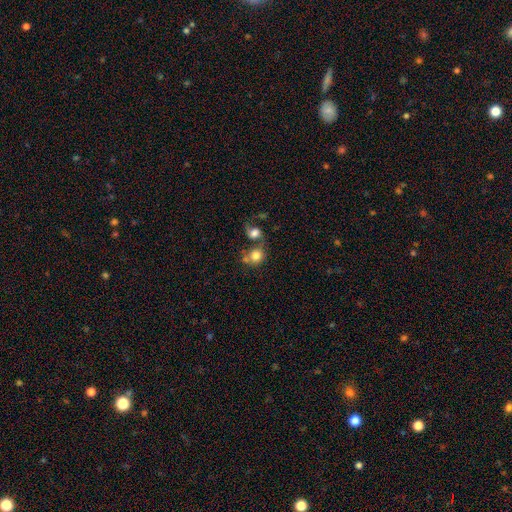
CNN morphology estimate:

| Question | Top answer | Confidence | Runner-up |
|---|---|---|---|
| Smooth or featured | smooth | 76% | featured or disk (14%) |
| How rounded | round | 80% | in between (19%) |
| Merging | merger | 47% | none (35%) |